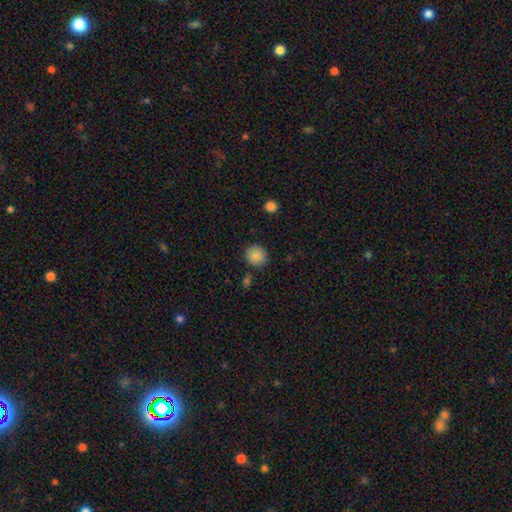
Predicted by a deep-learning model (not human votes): The model was most divided on "merging": none: 84%, minor disturbance: 11%, merger: 3%, major disturbance: 3%. More confident: how rounded — round (89%); smooth or featured — smooth (84%).